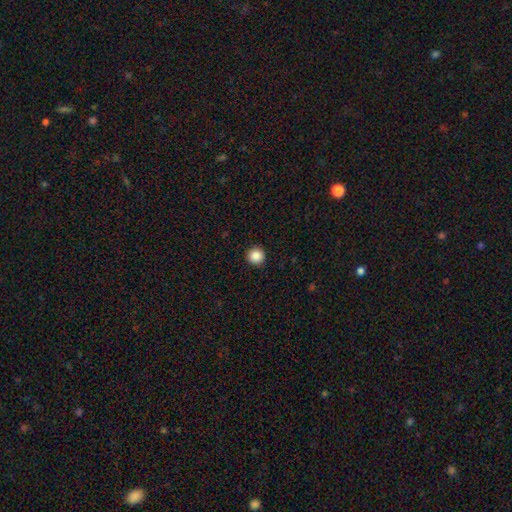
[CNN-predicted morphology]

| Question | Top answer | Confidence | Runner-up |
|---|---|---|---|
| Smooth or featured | smooth | 88% | star or artifact (9%) |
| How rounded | round | 95% | in between (4%) |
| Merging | none | 93% | minor disturbance (4%) |